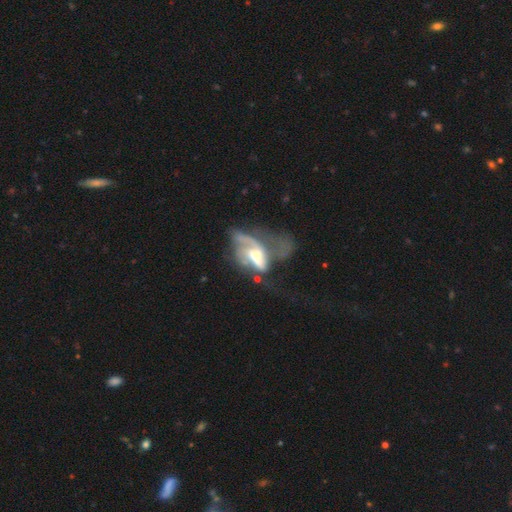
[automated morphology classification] smooth-or-featured: featured or disk: 71% | smooth: 21% | star or artifact: 8%
  disk-edge-on: no: 94% | yes: 6%
    bar: no: 53% | weak: 33% | strong: 14%
    has-spiral-arms: yes: 68% | no: 32%
    bulge-size: moderate: 58% | large: 19% | small: 17% | none: 4% | dominant: 2%
  merging: major disturbance: 54% | none: 17% | merger: 15% | minor disturbance: 14%